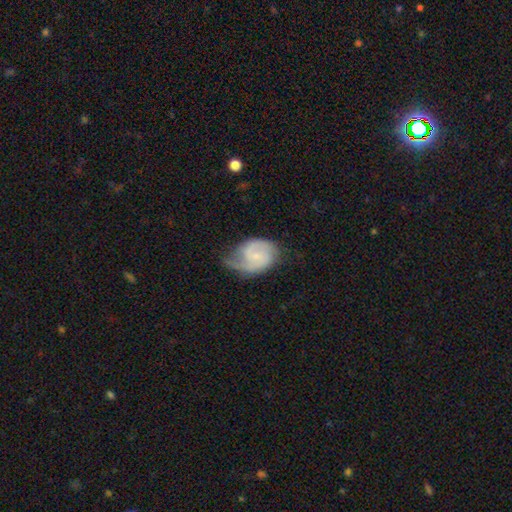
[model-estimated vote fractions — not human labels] Smooth or featured?
  - featured or disk: 72% *
  - smooth: 21%
  - star or artifact: 6%
Edge-on disk?
  - no: 98% *
  - yes: 2%
Bar?
  - no: 52% *
  - weak: 41%
  - strong: 7%
Spiral arms?
  - yes: 93% *
  - no: 7%
Spiral winding?
  - medium: 47% *
  - tight: 29%
  - loose: 24%
Spiral arm count?
  - 2: 71% *
  - 1: 12%
  - can't tell: 10%
  - 3: 3%
  - 4: 1%
  - more than 4: 1%
Bulge size?
  - small: 63% *
  - none: 20%
  - moderate: 15%
  - large: 2%
  - dominant: 1%
Merging?
  - none: 48% *
  - minor disturbance: 31%
  - major disturbance: 19%
  - merger: 2%